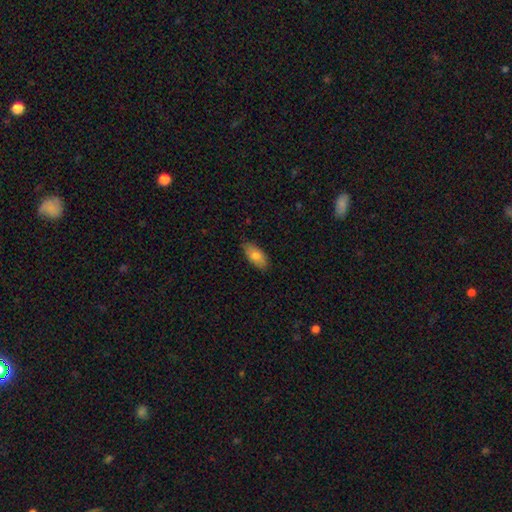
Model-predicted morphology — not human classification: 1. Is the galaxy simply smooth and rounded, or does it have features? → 79% smooth, 14% featured or disk, 6% star or artifact.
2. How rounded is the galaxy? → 90% in between, 8% cigar-shaped, 3% round.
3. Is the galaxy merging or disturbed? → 83% none, 14% minor disturbance, 2% major disturbance, 1% merger.